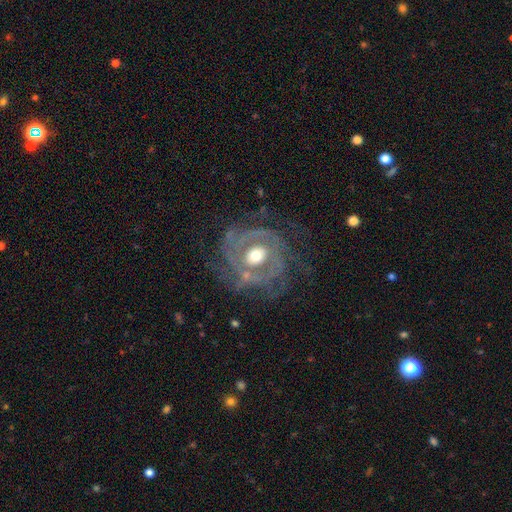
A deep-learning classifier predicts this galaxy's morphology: Overall: featured or disk (81%). Edge-on disk: no (97%). Bar: no (71%). Spiral arms: yes (76%). Spiral arm count: can't tell (34%; 2 28%). Spiral winding: tight (52%; medium 32%). Bulge size: moderate (71%). Merging: none (57%; major disturbance 22%).